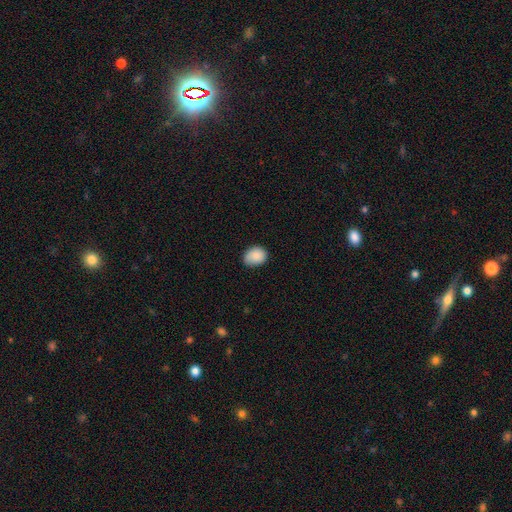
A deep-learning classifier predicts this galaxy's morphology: Smooth or featured?
  - smooth: 87% *
  - star or artifact: 7%
  - featured or disk: 6%
How rounded?
  - round: 50% *
  - in between: 49%
  - cigar-shaped: 1%
Merging?
  - none: 68% *
  - minor disturbance: 27%
  - major disturbance: 4%
  - merger: 1%